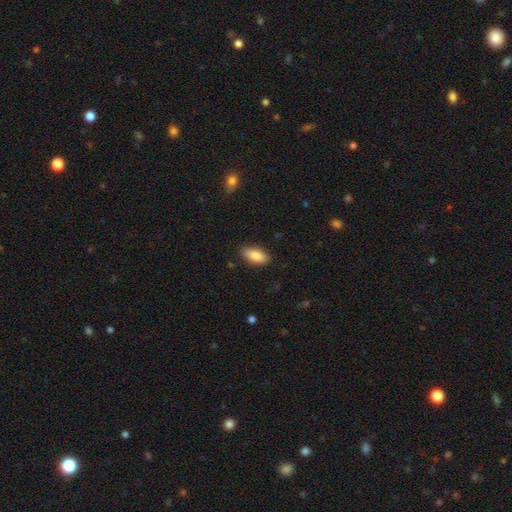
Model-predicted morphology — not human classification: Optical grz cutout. It shows a smooth galaxy with no disk features (86%) that is in between round and cigar-shaped (89%). Merging: none (87%).